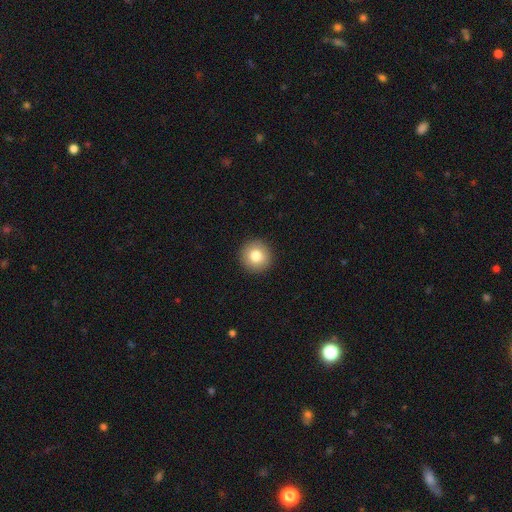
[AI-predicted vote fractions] A smooth galaxy with no disk features (81%) that is round (95%).

Vote fractions:
- Smooth or featured? smooth: 81% / featured or disk: 10% / star or artifact: 9%
- How rounded? round: 95% / in between: 4% / cigar-shaped: 1%
- Merging? none: 93% / minor disturbance: 4% / major disturbance: 2% / merger: 1%